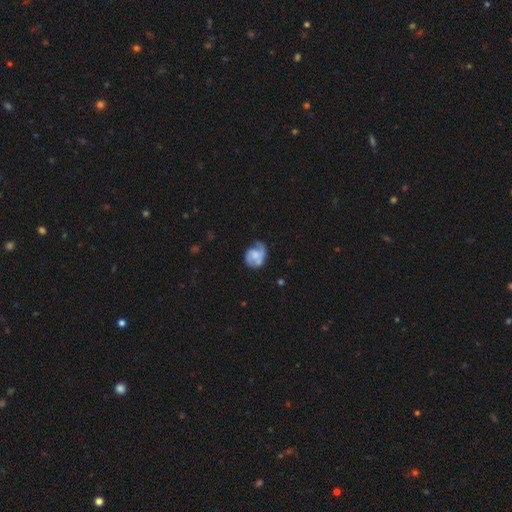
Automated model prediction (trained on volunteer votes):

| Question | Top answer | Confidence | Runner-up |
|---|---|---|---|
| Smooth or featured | featured or disk | 57% | smooth (35%) |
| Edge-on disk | no | 97% | yes (3%) |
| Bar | no | 69% | weak (26%) |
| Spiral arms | yes | 79% | no (21%) |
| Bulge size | none | 31% | small (29%) |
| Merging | none | 46% | minor disturbance (30%) |